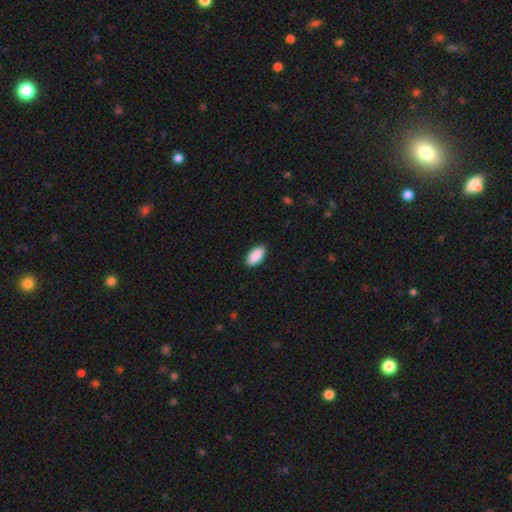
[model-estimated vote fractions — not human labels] Q: Smooth or featured?
A: smooth (91%); runner-up: star or artifact (6%)
Q: How rounded?
A: in between (94%); runner-up: cigar-shaped (4%)
Q: Merging?
A: none (90%); runner-up: minor disturbance (8%)